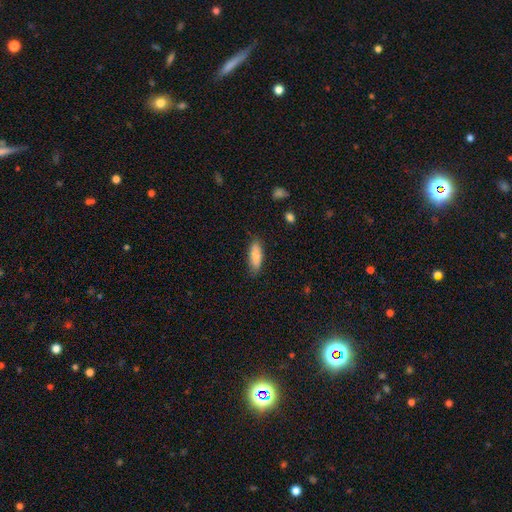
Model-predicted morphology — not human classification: smooth_or_featured: smooth (p=0.81) [alt: featured or disk p=0.13]
how_rounded: in between (p=0.61) [alt: cigar-shaped p=0.38]
merging: none (p=0.83) [alt: minor disturbance p=0.13]